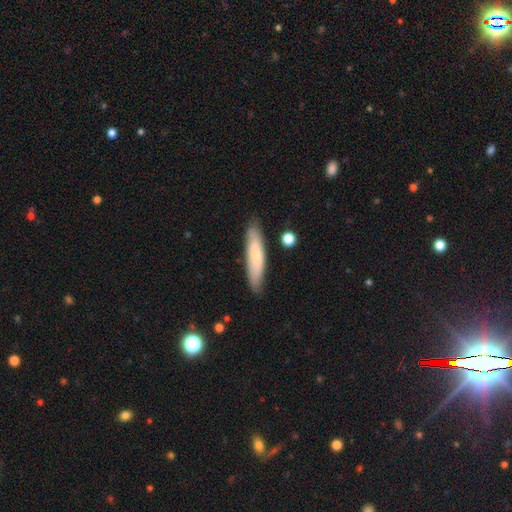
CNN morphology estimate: A smooth galaxy with no disk features (68%) that is cigar-shaped (84%).

Vote fractions:
- Smooth or featured? smooth: 68% / featured or disk: 26% / star or artifact: 6%
- How rounded? cigar-shaped: 84% / in between: 15% / round: 1%
- Merging? none: 84% / minor disturbance: 12% / major disturbance: 2% / merger: 2%